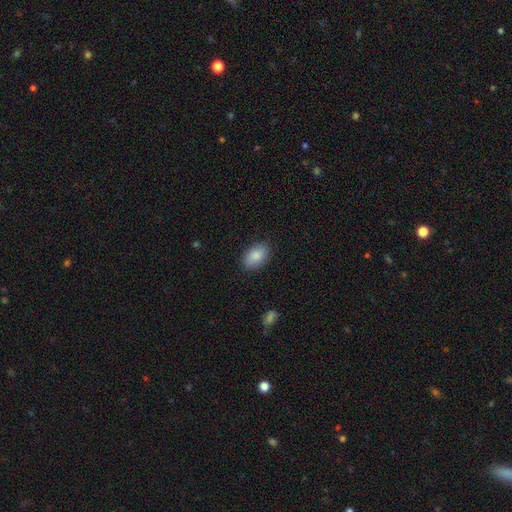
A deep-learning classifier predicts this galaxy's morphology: type=smooth (86%); roundness=in between (92%); merging=none (86%).